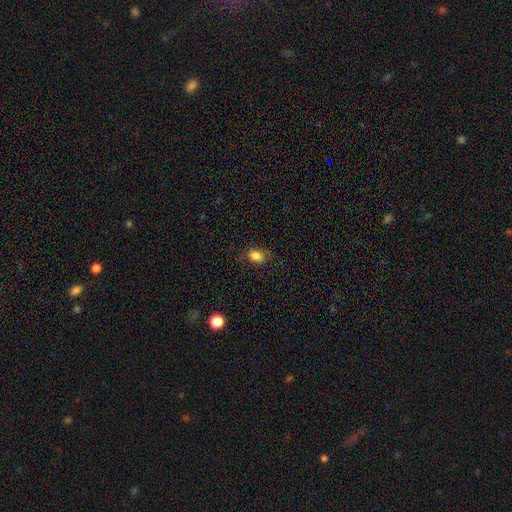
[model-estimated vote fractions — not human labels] The model was most divided on "how rounded": in between: 75%, round: 23%, cigar-shaped: 2%. More confident: smooth or featured — smooth (82%); merging — none (77%).